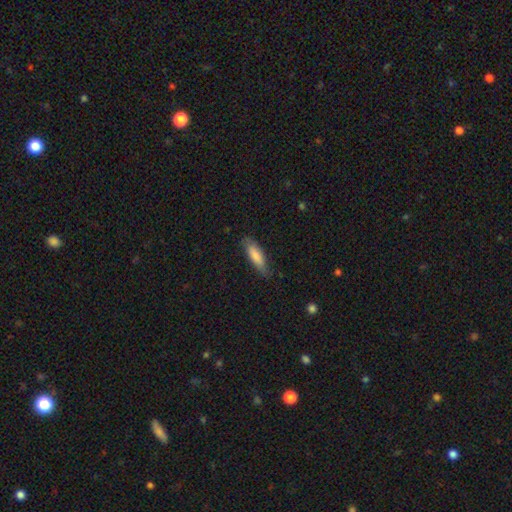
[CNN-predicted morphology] Q: Smooth or featured?
A: smooth (79%); runner-up: featured or disk (16%)
Q: How rounded?
A: cigar-shaped (54%); runner-up: in between (44%)
Q: Merging?
A: none (75%); runner-up: minor disturbance (20%)